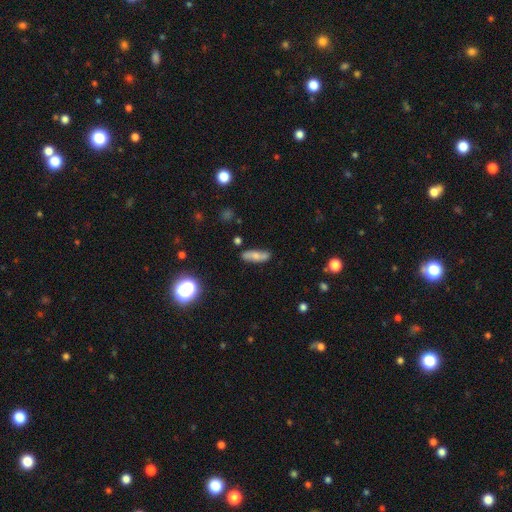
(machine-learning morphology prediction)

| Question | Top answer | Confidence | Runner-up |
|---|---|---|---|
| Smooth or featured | smooth | 60% | featured or disk (31%) |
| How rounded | cigar-shaped | 48% | tied: in between (48%) |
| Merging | none | 80% | minor disturbance (15%) |